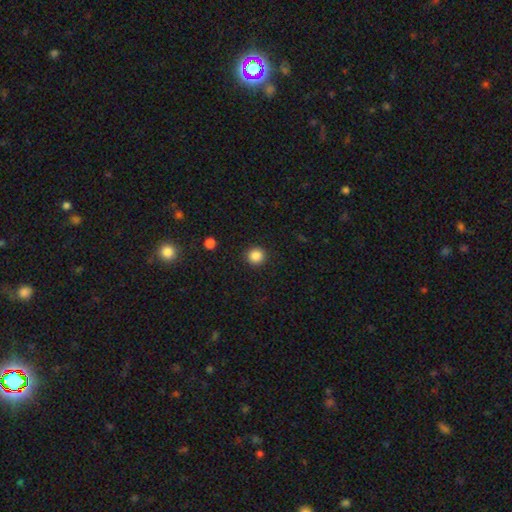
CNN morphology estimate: Smooth or featured: smooth — 87% (star or artifact — 10%)
How rounded: round — 94% (in between — 5%)
Merging: none — 92% (minor disturbance — 5%)